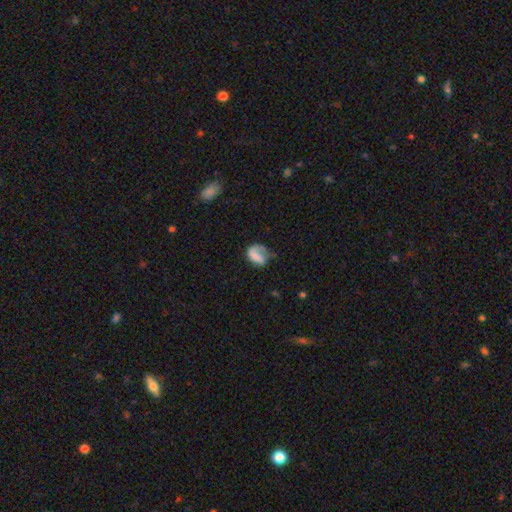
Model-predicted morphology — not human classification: Overall: smooth (52%; featured or disk 39%). How rounded: in between (66%; round 32%). Merging: major disturbance (38%; none 34%).